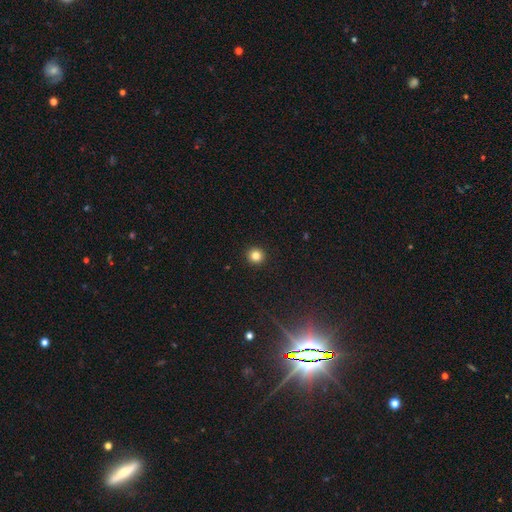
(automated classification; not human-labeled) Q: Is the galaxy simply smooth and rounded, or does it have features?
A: smooth — 83%.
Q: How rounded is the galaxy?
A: round — 95%.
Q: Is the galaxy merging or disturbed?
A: none — 93%.